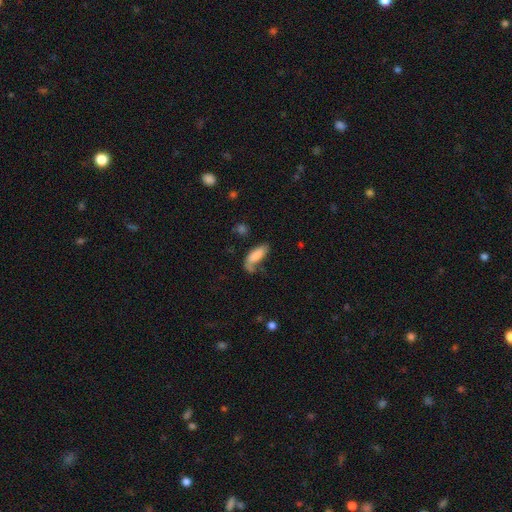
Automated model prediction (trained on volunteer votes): Smooth or featured? smooth (75%)
How rounded? in between (73%)
Merging? none (39%)